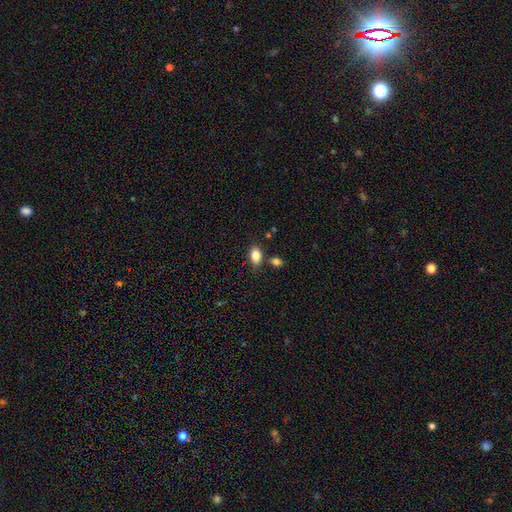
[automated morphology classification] The model was most divided on "merging": none: 73%, minor disturbance: 14%, merger: 10%, major disturbance: 3%. More confident: how rounded — in between (89%); smooth or featured — smooth (85%).